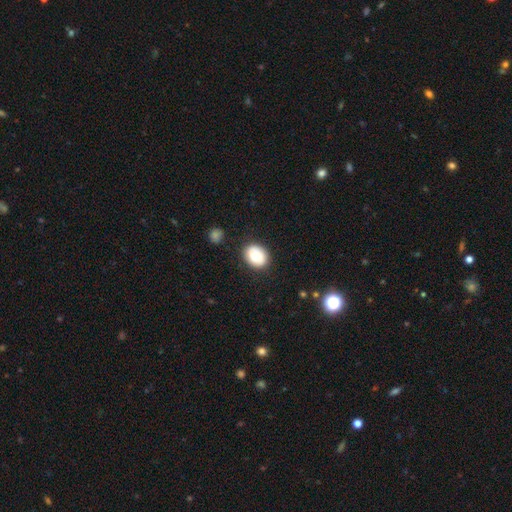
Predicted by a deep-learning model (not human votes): Overall: smooth (78%). How rounded: in between (53%; round 46%). Merging: none (85%).